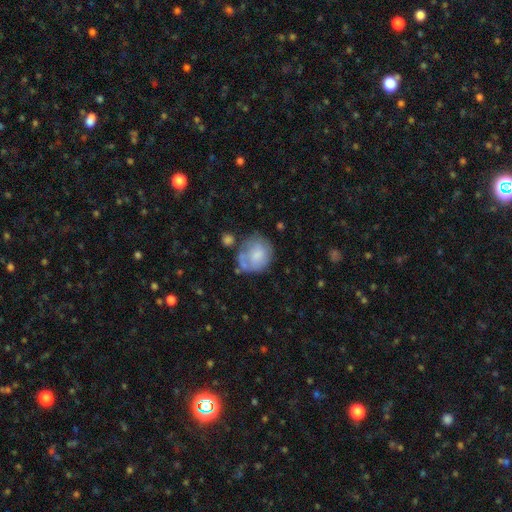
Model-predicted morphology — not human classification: smooth 63%, featured or disk 29%, star or artifact 8%. Down the decision tree: how rounded — round (68%); merging — none (44%).